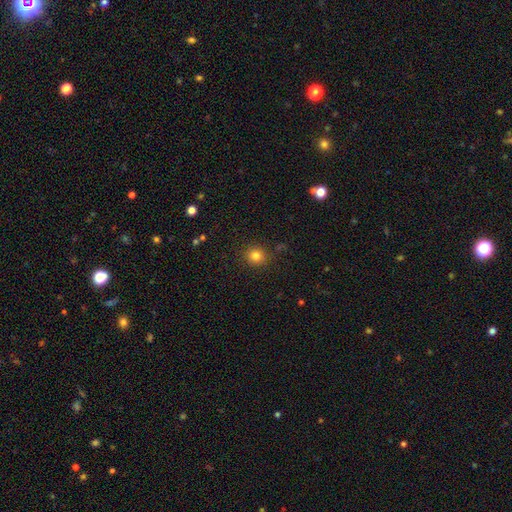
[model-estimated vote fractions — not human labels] smooth 81%, star or artifact 13%, featured or disk 6%. Down the decision tree: how rounded — round (90%); merging — none (89%).